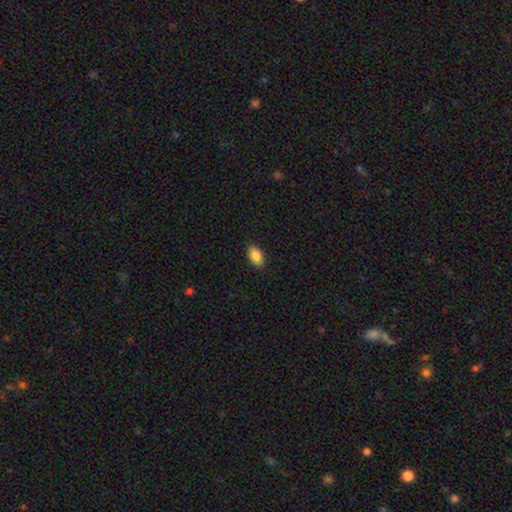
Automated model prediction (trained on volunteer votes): A smooth galaxy with no disk features (87%) that is in between round and cigar-shaped (91%).

Vote fractions:
- Smooth or featured? smooth: 87% / star or artifact: 8% / featured or disk: 5%
- How rounded? in between: 91% / round: 7% / cigar-shaped: 2%
- Merging? none: 89% / minor disturbance: 8% / major disturbance: 2% / merger: 1%